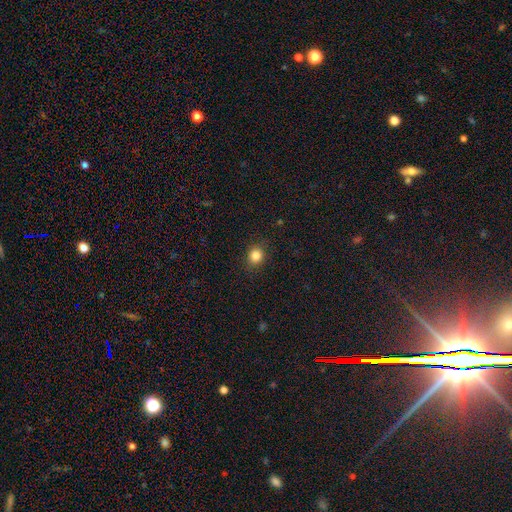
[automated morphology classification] A smooth galaxy with no disk features (84%) that is round (79%).

Vote fractions:
- Smooth or featured? smooth: 84% / star or artifact: 12% / featured or disk: 5%
- How rounded? round: 79% / in between: 20% / cigar-shaped: 1%
- Merging? none: 89% / minor disturbance: 8% / major disturbance: 2% / merger: 1%